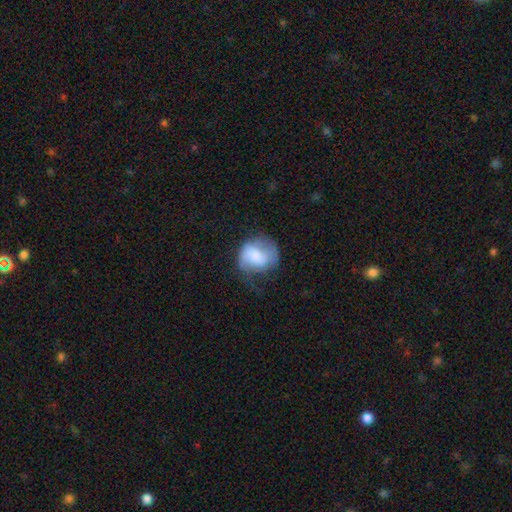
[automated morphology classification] type=smooth (58%); roundness=round (66%); merging=none (41%).